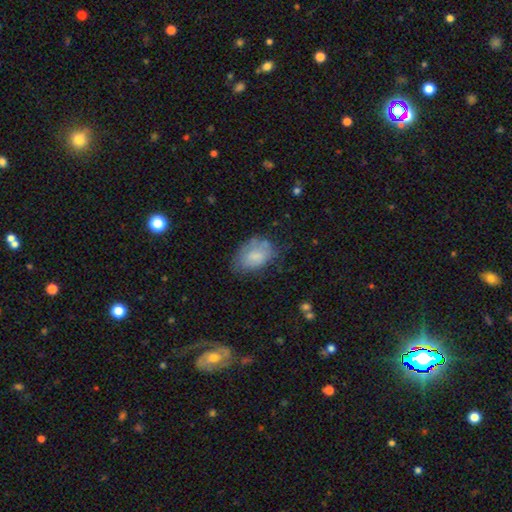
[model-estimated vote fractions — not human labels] A smooth galaxy with no disk features (73%) that is in between round and cigar-shaped (88%).

Vote fractions:
- Smooth or featured? smooth: 73% / featured or disk: 19% / star or artifact: 8%
- How rounded? in between: 88% / round: 11% / cigar-shaped: 1%
- Merging? none: 55% / minor disturbance: 30% / major disturbance: 12% / merger: 4%